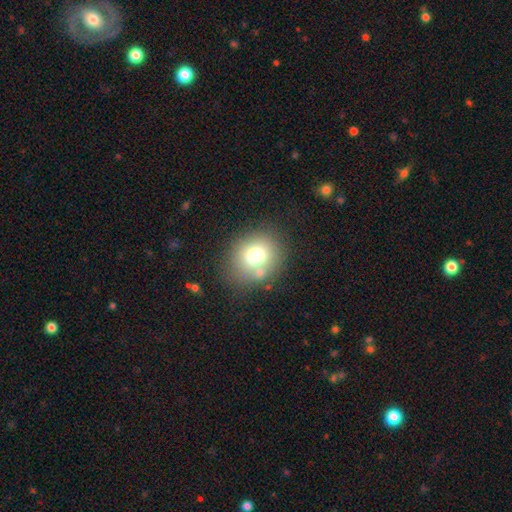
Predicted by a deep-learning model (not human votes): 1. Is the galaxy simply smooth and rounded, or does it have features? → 72% smooth, 14% featured or disk, 14% star or artifact.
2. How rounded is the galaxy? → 77% round, 23% in between, 1% cigar-shaped.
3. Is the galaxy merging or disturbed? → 73% none, 13% minor disturbance, 9% merger, 6% major disturbance.